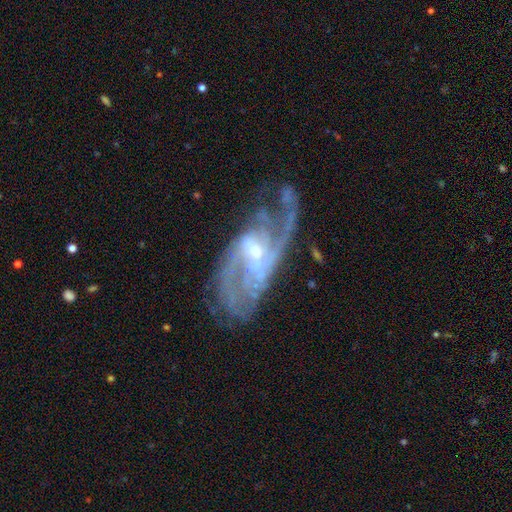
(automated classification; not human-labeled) Smooth or featured? Predicted: featured or disk (p=0.90). Edge-on disk? Predicted: no (p=0.95). Bar? Predicted: weak (p=0.50). Spiral arms? Predicted: yes (p=0.96). Spiral winding? Predicted: medium (p=0.47). Spiral arm count? Predicted: 2 (p=0.40). Bulge size? Predicted: small (p=0.64). Merging? Predicted: none (p=0.62).